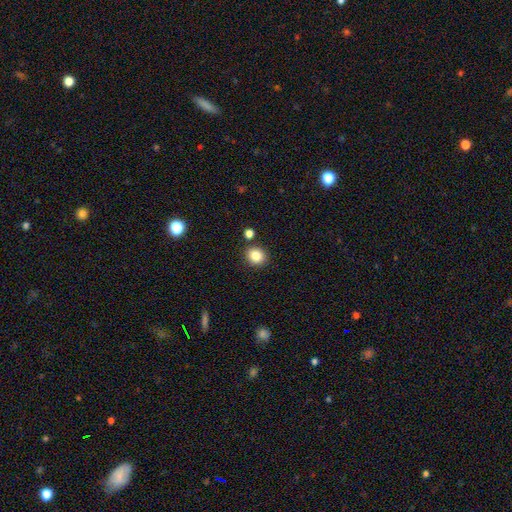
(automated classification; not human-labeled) The model was most divided on "how rounded": round: 77%, in between: 22%, cigar-shaped: 1%. More confident: smooth or featured — smooth (84%); merging — none (84%).